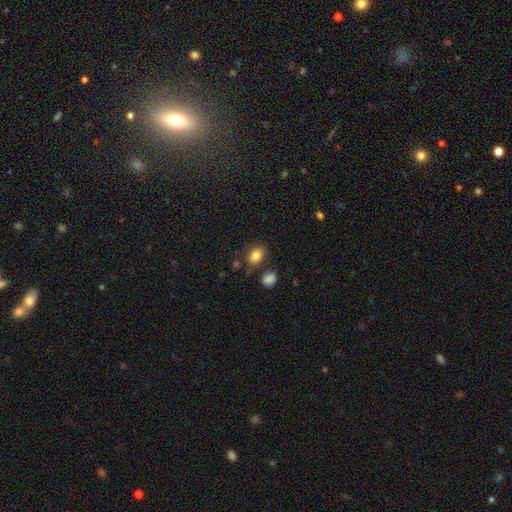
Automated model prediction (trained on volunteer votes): Smooth or featured?
  - smooth: 84% *
  - star or artifact: 9%
  - featured or disk: 7%
How rounded?
  - in between: 71% *
  - round: 28%
  - cigar-shaped: 1%
Merging?
  - none: 69% *
  - minor disturbance: 16%
  - merger: 10%
  - major disturbance: 5%